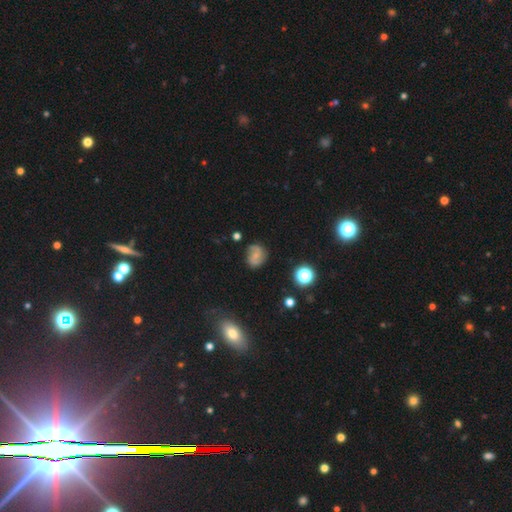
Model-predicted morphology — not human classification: smooth_or_featured: featured or disk (p=0.55) [alt: smooth p=0.33]
disk_edge_on: no (p=0.97) [alt: yes p=0.03]
bar: no (p=0.55) [alt: weak p=0.36]
has_spiral_arms: yes (p=0.88) [alt: no p=0.12]
bulge_size: small (p=0.58) [alt: moderate p=0.21]
merging: none (p=0.70) [alt: minor disturbance p=0.20]